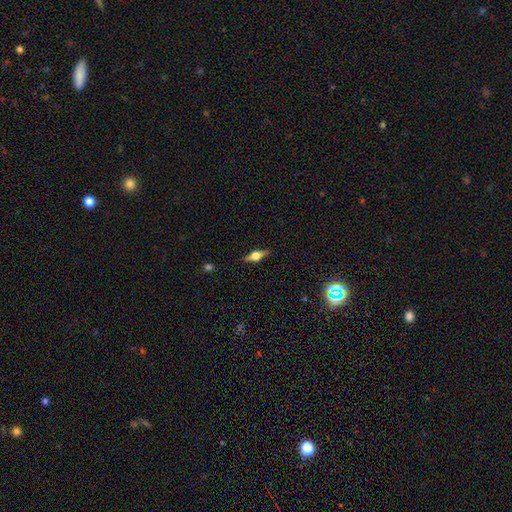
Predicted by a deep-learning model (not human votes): This is likely a featured or disk galaxy (67%). It is clearly viewed edge-on (96%). Edge-on bulge: clearly rounded (94%). Merging: clearly none (88%).